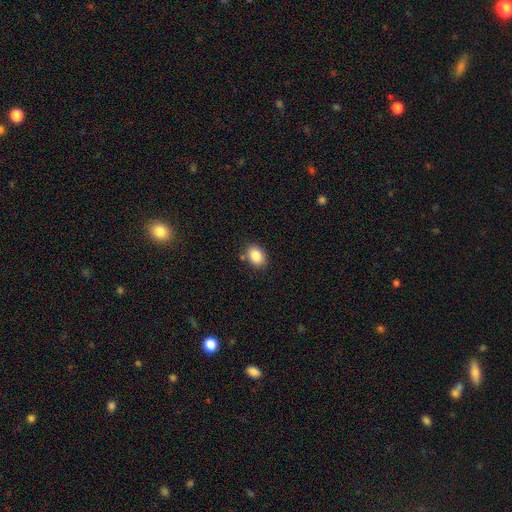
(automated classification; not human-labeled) smooth_or_featured: smooth (p=0.86) [alt: star or artifact p=0.08]
how_rounded: in between (p=0.72) [alt: round p=0.27]
merging: none (p=0.81) [alt: minor disturbance p=0.12]